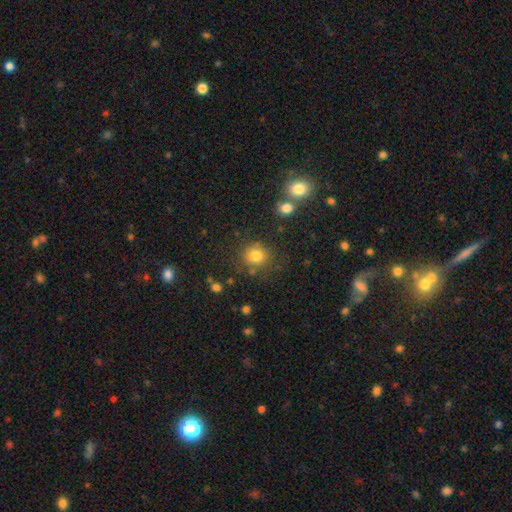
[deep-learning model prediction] Smooth or featured? Predicted: smooth (p=0.81). How rounded? Predicted: round (p=0.86). Merging? Predicted: none (p=0.80).